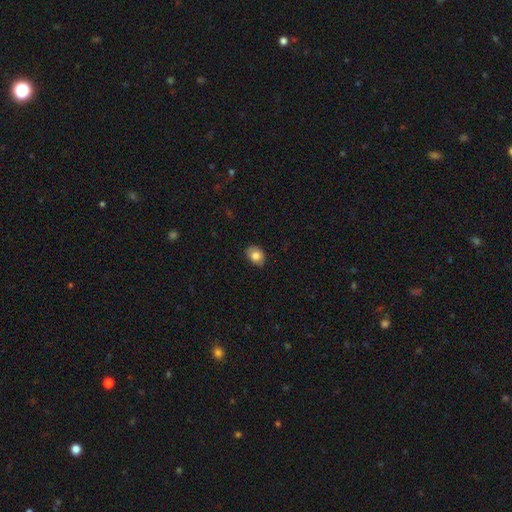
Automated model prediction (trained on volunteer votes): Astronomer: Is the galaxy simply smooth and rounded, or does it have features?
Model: smooth — 80%.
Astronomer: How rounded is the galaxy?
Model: in between — 66%.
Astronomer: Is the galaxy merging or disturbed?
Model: none — 83%.